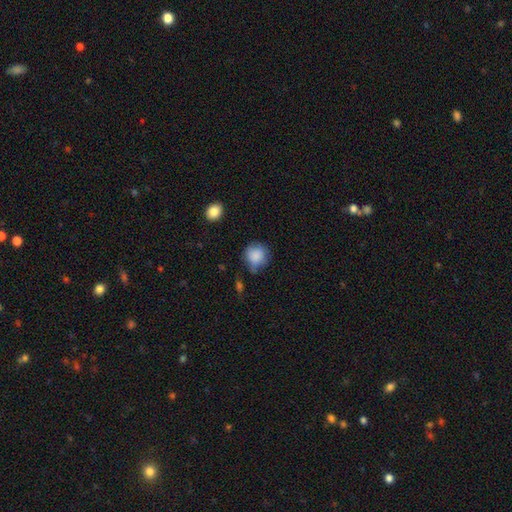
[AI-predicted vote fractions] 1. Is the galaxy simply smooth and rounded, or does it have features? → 85% smooth, 8% star or artifact, 7% featured or disk.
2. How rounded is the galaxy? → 86% round, 13% in between, 1% cigar-shaped.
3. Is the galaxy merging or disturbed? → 64% none, 25% minor disturbance, 7% major disturbance, 3% merger.